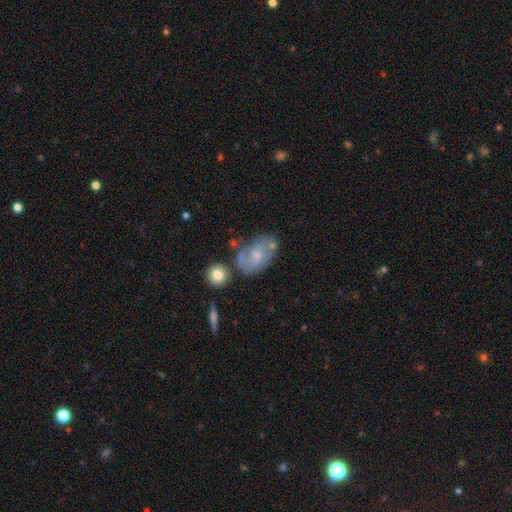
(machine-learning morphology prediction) A featured or disk galaxy (54%) with no bar (67%), spiral arms (66%) and a small central bulge (47%). Merging: none (50%).